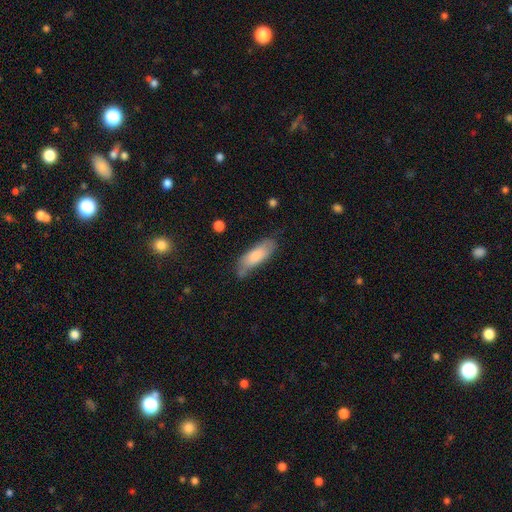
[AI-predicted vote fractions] smooth 78%, featured or disk 17%, star or artifact 6%. Down the decision tree: how rounded — in between (64%); merging — none (61%).